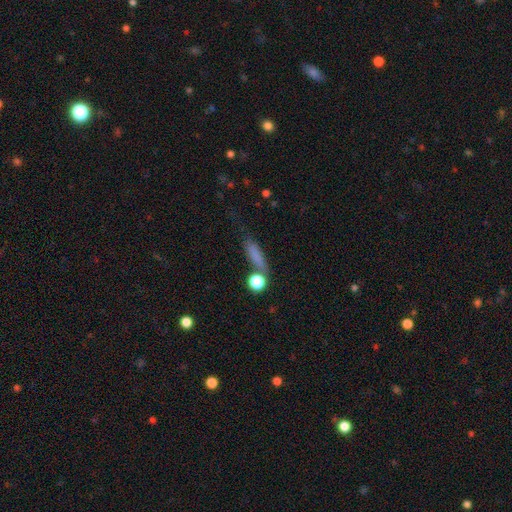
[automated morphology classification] A smooth galaxy with no disk features (72%) that is cigar-shaped (58%).

Vote fractions:
- Smooth or featured? smooth: 72% / featured or disk: 15% / star or artifact: 12%
- How rounded? cigar-shaped: 58% / in between: 29% / round: 13%
- Merging? none: 59% / minor disturbance: 19% / merger: 12% / major disturbance: 10%